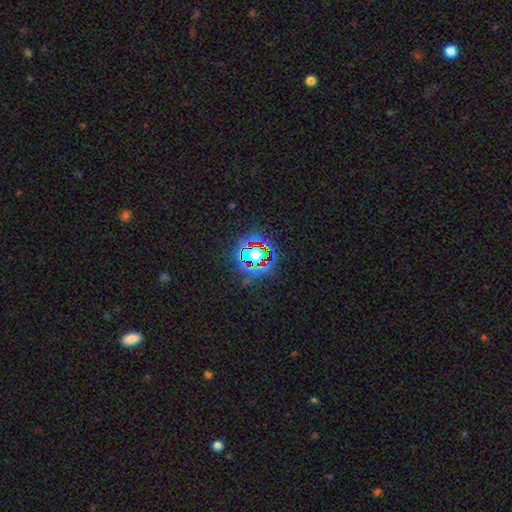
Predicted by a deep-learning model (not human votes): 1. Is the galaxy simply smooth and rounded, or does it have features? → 74% star or artifact, 16% smooth, 10% featured or disk.